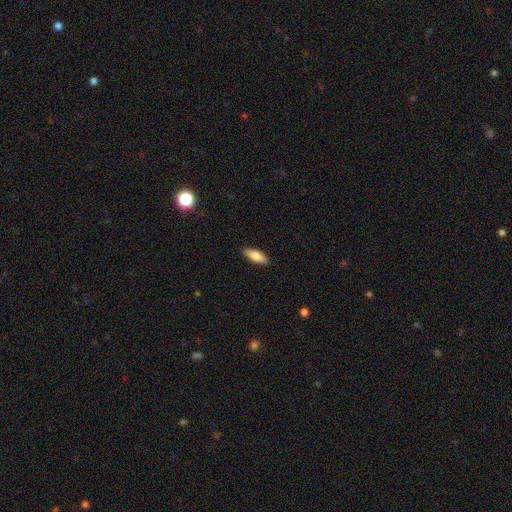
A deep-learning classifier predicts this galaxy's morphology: A smooth galaxy with no disk features (79%) that is in between round and cigar-shaped (62%). Merging: none (89%).